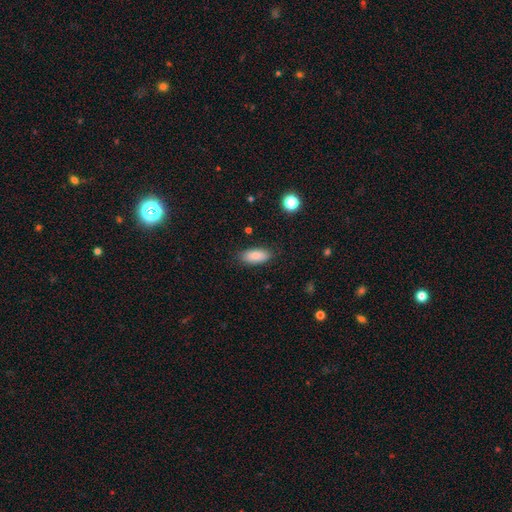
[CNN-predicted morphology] smooth_or_featured: smooth (p=0.86) [alt: star or artifact p=0.07]
how_rounded: in between (p=0.86) [alt: cigar-shaped p=0.11]
merging: none (p=0.85) [alt: minor disturbance p=0.11]